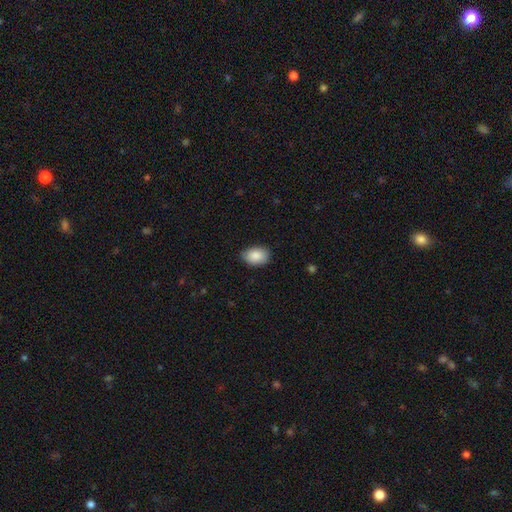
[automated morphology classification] smooth-or-featured: smooth: 89% | star or artifact: 7% | featured or disk: 5%
  how-rounded: in between: 87% | round: 12% | cigar-shaped: 1%
  merging: none: 83% | minor disturbance: 14% | major disturbance: 2% | merger: 1%